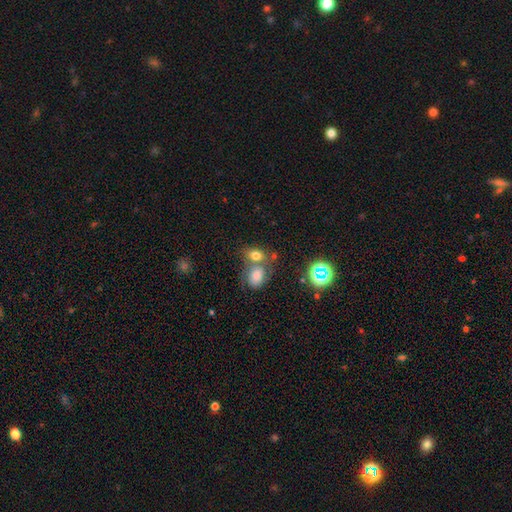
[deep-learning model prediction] This appears to be a smooth galaxy with no disk features (72%) that is in between round and cigar-shaped (70%). Merging: merger (44%).